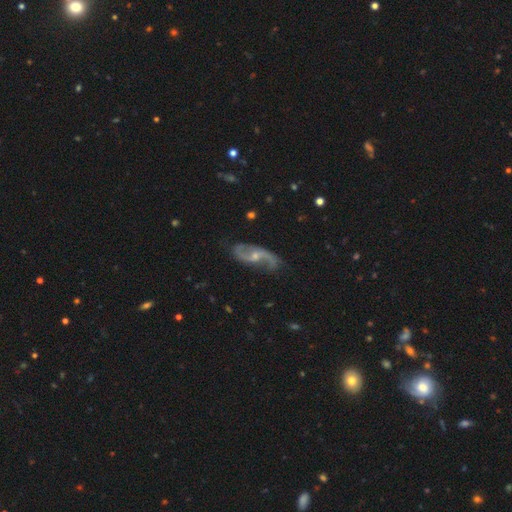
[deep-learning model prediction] Overall: featured or disk (88%). Edge-on disk: no (95%). Bar: no (53%; weak 38%). Spiral arms: yes (96%). Spiral arm count: 2 (92%). Spiral winding: loose (59%; medium 32%). Bulge size: small (54%; moderate 40%). Merging: none (74%).